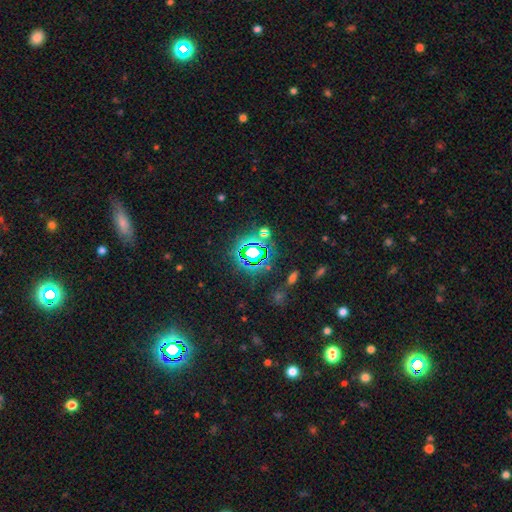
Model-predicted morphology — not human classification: Smooth or featured?
  - star or artifact: 73% *
  - smooth: 16%
  - featured or disk: 11%